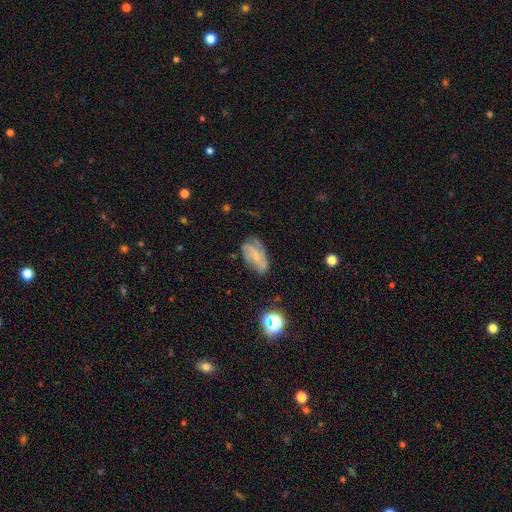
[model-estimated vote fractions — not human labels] A featured or disk galaxy (52%).

Vote fractions:
- Smooth or featured? featured or disk: 52% / smooth: 38% / star or artifact: 10%
- Edge-on disk? no: 93% / yes: 7%
- Merging? none: 59% / minor disturbance: 27% / major disturbance: 11% / merger: 3%